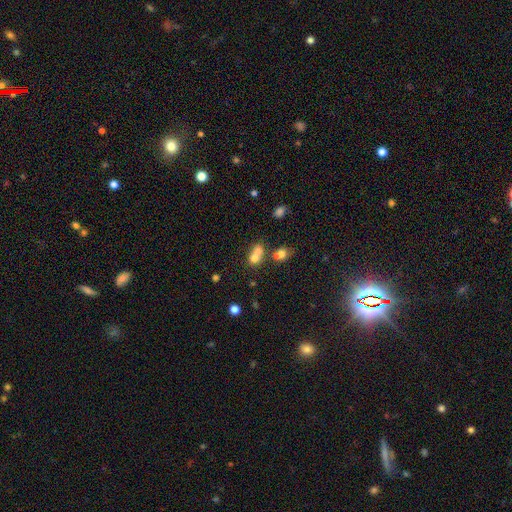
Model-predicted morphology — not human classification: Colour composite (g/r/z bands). It shows a smooth galaxy with no disk features (67%) that is round (65%). Merging: merger (64%).